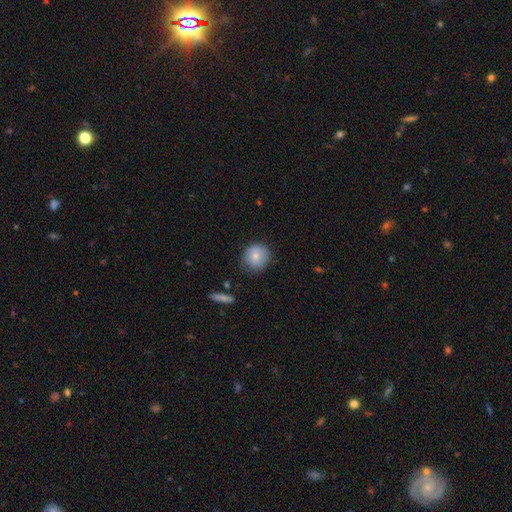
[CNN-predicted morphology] The model was most divided on "smooth or featured": smooth: 74%, featured or disk: 18%, star or artifact: 8%. More confident: how rounded — round (87%); merging — none (77%).